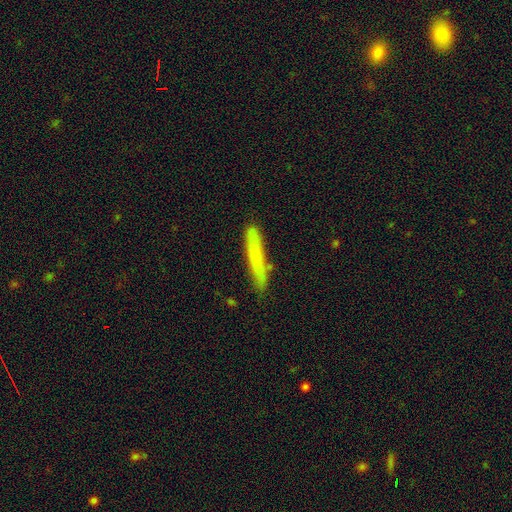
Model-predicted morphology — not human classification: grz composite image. It shows a smooth galaxy with no disk features (70%) that is cigar-shaped (95%). Merging: none (82%).